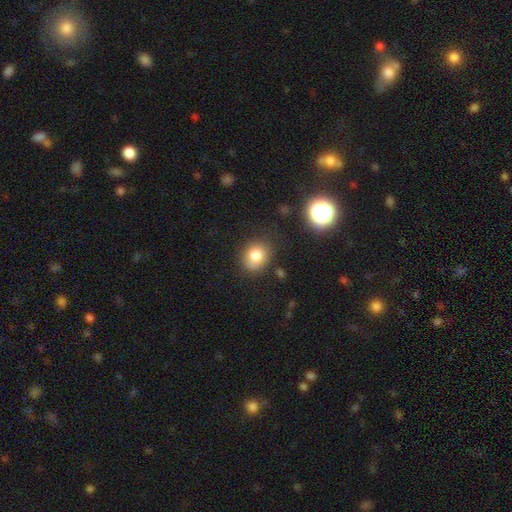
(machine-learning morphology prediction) smooth_or_featured: smooth (p=0.80) [alt: star or artifact p=0.11]
how_rounded: round (p=0.66) [alt: in between p=0.33]
merging: none (p=0.77) [alt: minor disturbance p=0.16]